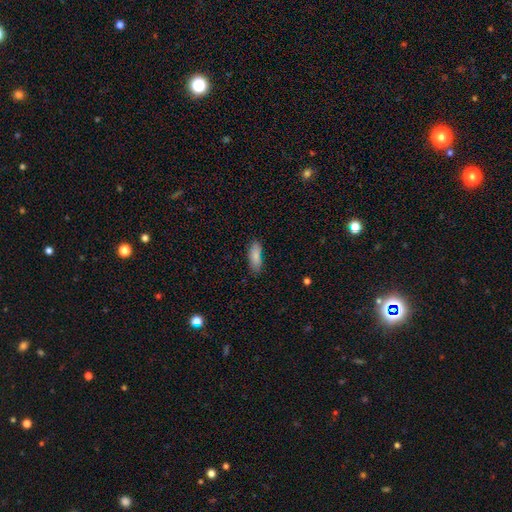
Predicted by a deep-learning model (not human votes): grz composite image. It shows a smooth galaxy with no disk features (85%) that is in between round and cigar-shaped (74%). Merging: none (74%).